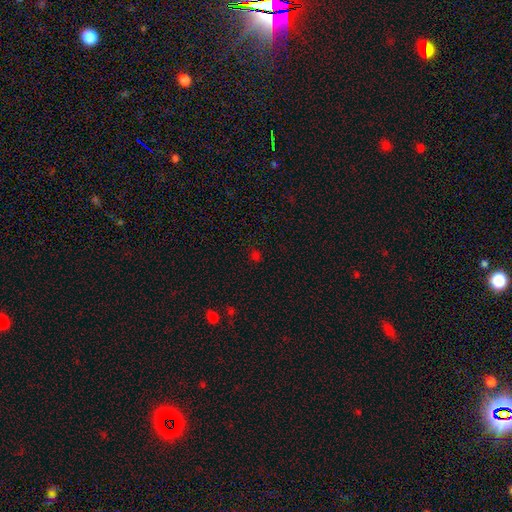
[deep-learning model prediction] Smooth or featured?
  - smooth: 56% *
  - star or artifact: 39%
  - featured or disk: 5%
How rounded?
  - round: 68% *
  - in between: 30%
  - cigar-shaped: 2%
Merging?
  - none: 79% *
  - minor disturbance: 12%
  - major disturbance: 5%
  - merger: 4%